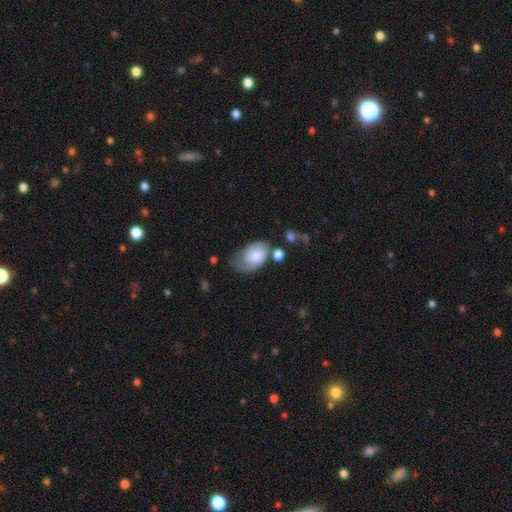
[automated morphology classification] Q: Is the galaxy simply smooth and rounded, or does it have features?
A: smooth — 68%.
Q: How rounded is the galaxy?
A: in between — 86%.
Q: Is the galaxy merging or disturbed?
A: minor disturbance — 35%.